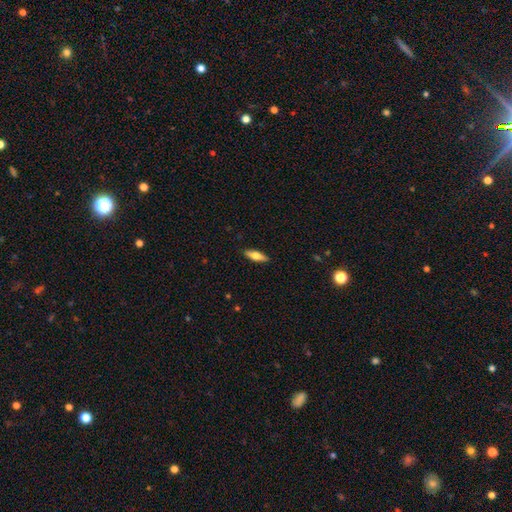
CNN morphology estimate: This appears to be a smooth galaxy with no disk features (64%) that is in between round and cigar-shaped (52%). Merging: none (89%).